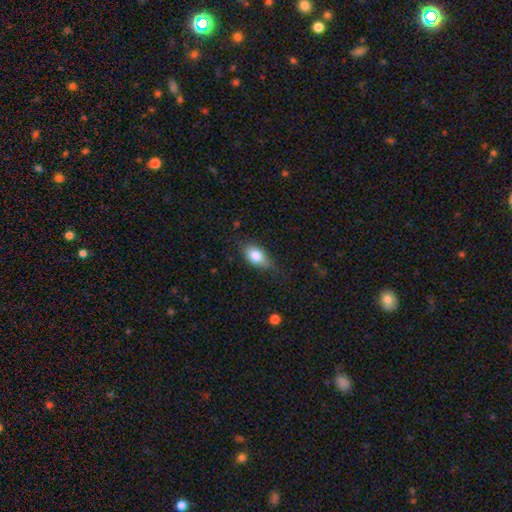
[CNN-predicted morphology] The model was most divided on "merging": none: 69%, minor disturbance: 24%, major disturbance: 6%, merger: 1%. More confident: how rounded — in between (84%); smooth or featured — smooth (79%).